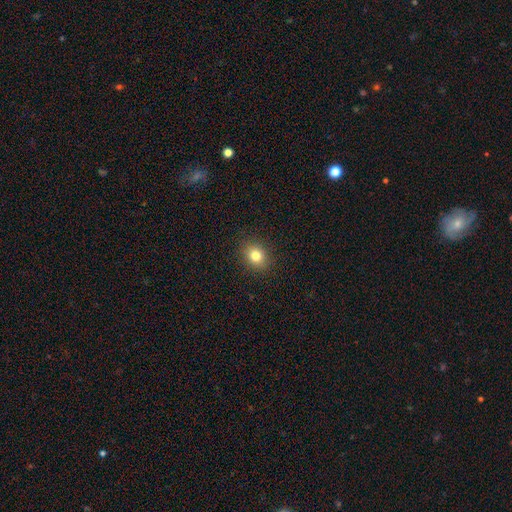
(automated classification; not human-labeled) The model was most divided on "how rounded": round: 57%, in between: 42%, cigar-shaped: 1%. More confident: merging — none (90%); smooth or featured — smooth (81%).